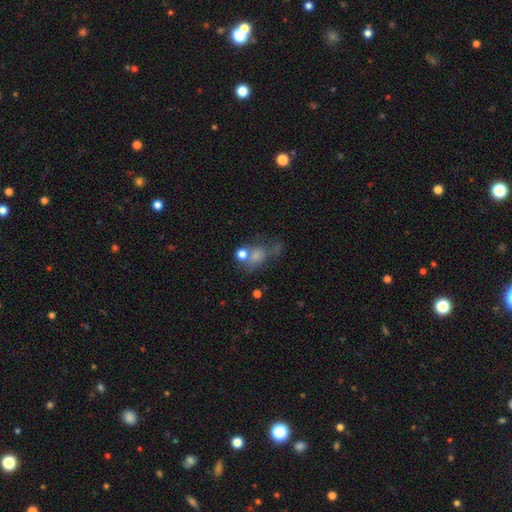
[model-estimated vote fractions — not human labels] smooth 65%, featured or disk 18%, star or artifact 17%. Down the decision tree: how rounded — round (51%); merging — none (35%).